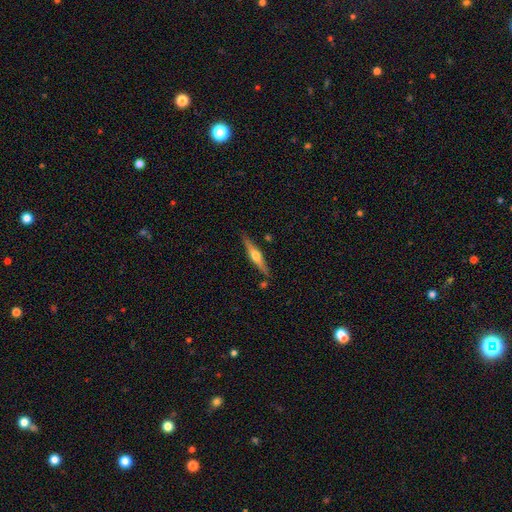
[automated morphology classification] Smooth or featured?
  - featured or disk: 67% *
  - smooth: 27%
  - star or artifact: 6%
Edge-on disk?
  - yes: 97% *
  - no: 3%
Edge-on bulge?
  - rounded: 93% *
  - none: 4%
  - boxy: 4%
Merging?
  - none: 85% *
  - minor disturbance: 10%
  - merger: 4%
  - major disturbance: 2%